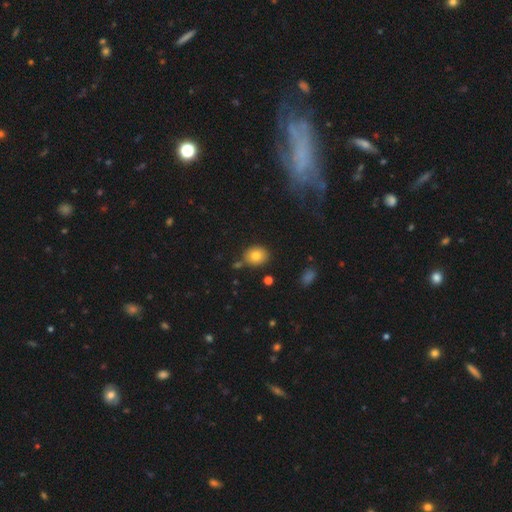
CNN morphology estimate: smooth_or_featured: smooth (p=0.79) [alt: star or artifact p=0.10]
how_rounded: round (p=0.64) [alt: in between p=0.35]
merging: none (p=0.78) [alt: minor disturbance p=0.12]